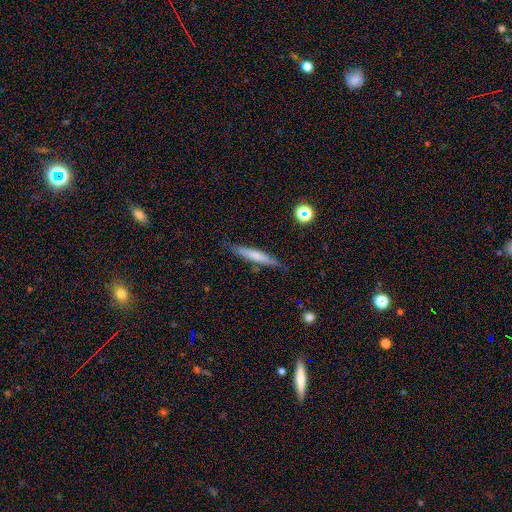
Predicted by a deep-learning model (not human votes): A smooth galaxy with no disk features (62%) that is cigar-shaped (93%). Merging: none (84%).